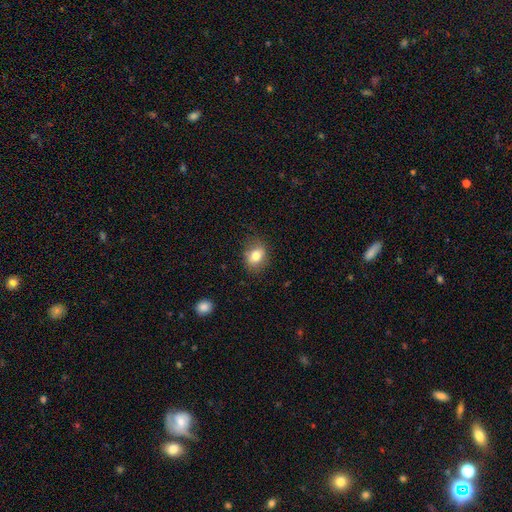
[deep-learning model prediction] A smooth galaxy with no disk features (79%) that is in between round and cigar-shaped (61%). Merging: none (77%).